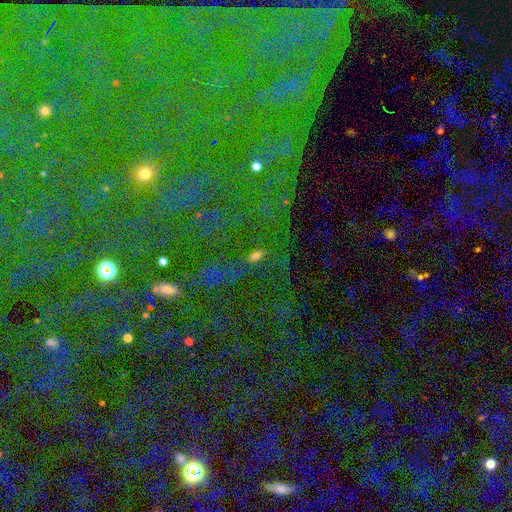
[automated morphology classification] Smooth or featured?
  - star or artifact: 53% *
  - smooth: 32%
  - featured or disk: 16%